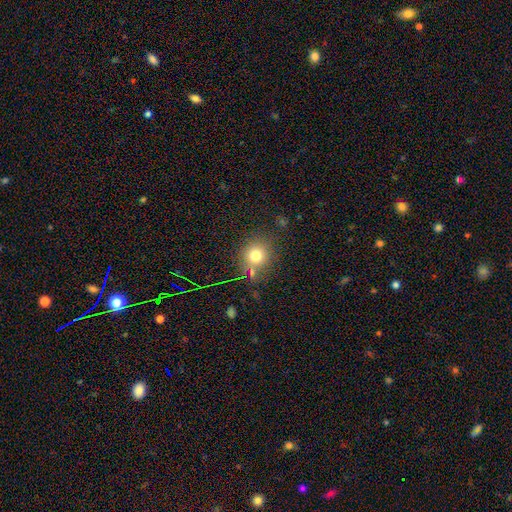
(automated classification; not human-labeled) smooth-or-featured: smooth: 76% | star or artifact: 15% | featured or disk: 9%
  how-rounded: round: 84% | in between: 15% | cigar-shaped: 1%
  merging: none: 75% | minor disturbance: 12% | merger: 8% | major disturbance: 4%